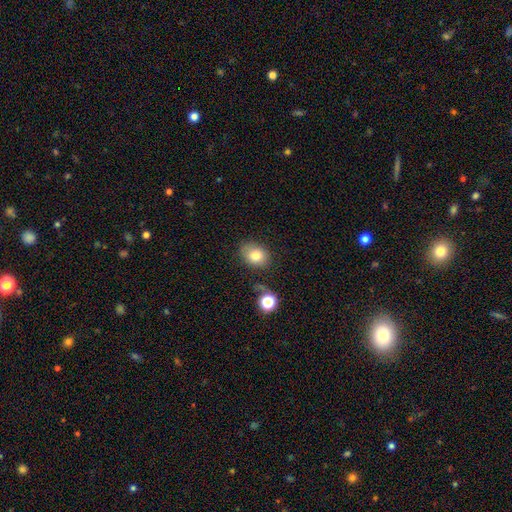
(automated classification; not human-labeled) Smooth or featured?
  - smooth: 79% *
  - featured or disk: 11%
  - star or artifact: 10%
How rounded?
  - in between: 59% *
  - round: 40%
  - cigar-shaped: 1%
Merging?
  - none: 71% *
  - minor disturbance: 18%
  - major disturbance: 6%
  - merger: 5%